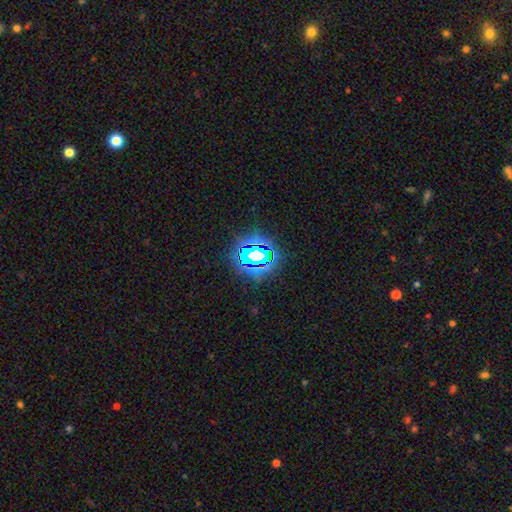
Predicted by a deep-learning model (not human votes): Overall: star or artifact (66%).